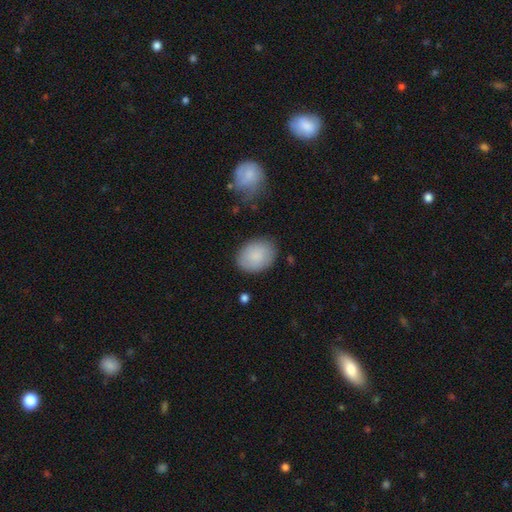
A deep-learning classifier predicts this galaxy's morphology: Smooth or featured? smooth (84%)
How rounded? in between (69%)
Merging? none (82%)